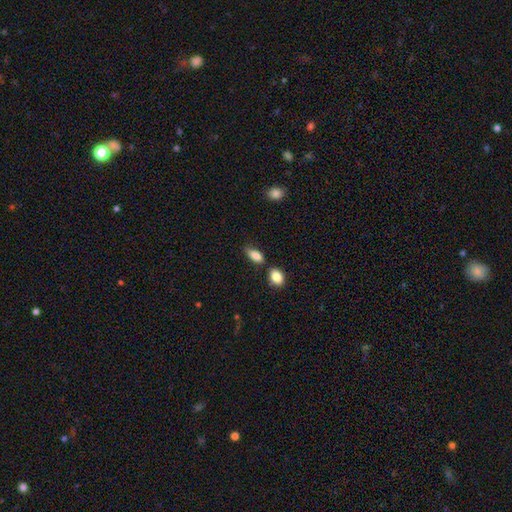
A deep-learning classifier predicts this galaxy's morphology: smooth_or_featured: smooth (p=0.84) [alt: featured or disk p=0.08]
how_rounded: in between (p=0.82) [alt: cigar-shaped p=0.13]
merging: none (p=0.63) [alt: minor disturbance p=0.20]